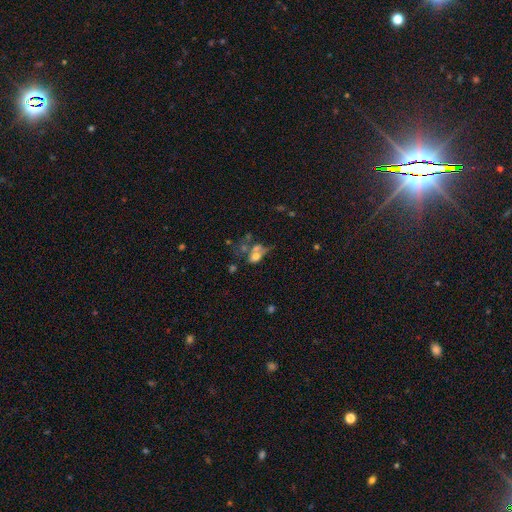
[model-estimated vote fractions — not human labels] Morphology: type=smooth (56%); roundness=in between (66%); merging=merger (46%).